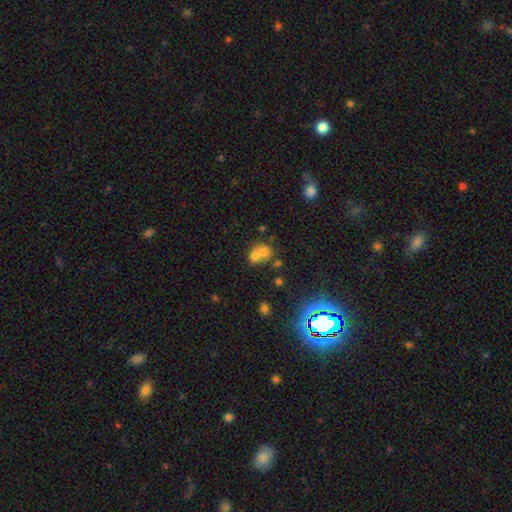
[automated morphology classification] Smooth or featured? Predicted: smooth (p=0.64). How rounded? Predicted: round (p=0.63). Merging? Predicted: merger (p=0.65).